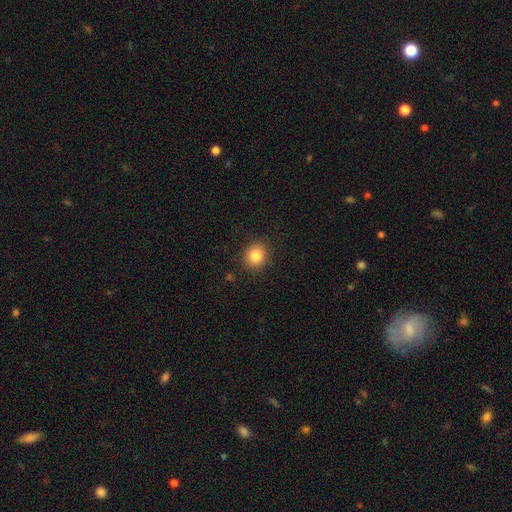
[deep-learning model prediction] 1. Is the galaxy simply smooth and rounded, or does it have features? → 84% smooth, 10% star or artifact, 6% featured or disk.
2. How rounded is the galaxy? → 75% round, 24% in between, 1% cigar-shaped.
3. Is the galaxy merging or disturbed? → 89% none, 8% minor disturbance, 2% major disturbance, 1% merger.